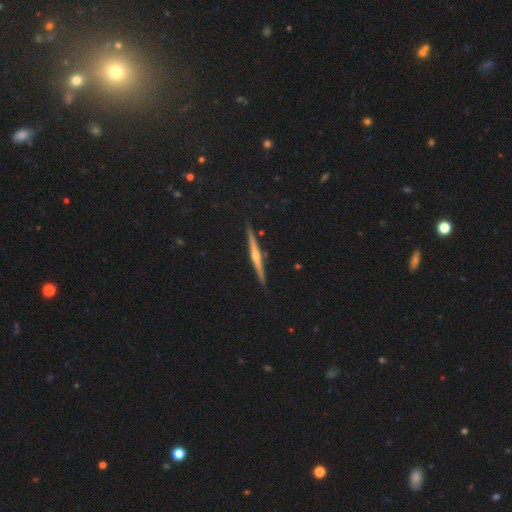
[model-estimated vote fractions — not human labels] Morphology: type=featured or disk (80%); edge-on=yes (98%); edge-on bulge=rounded (83%); merging=none (91%).